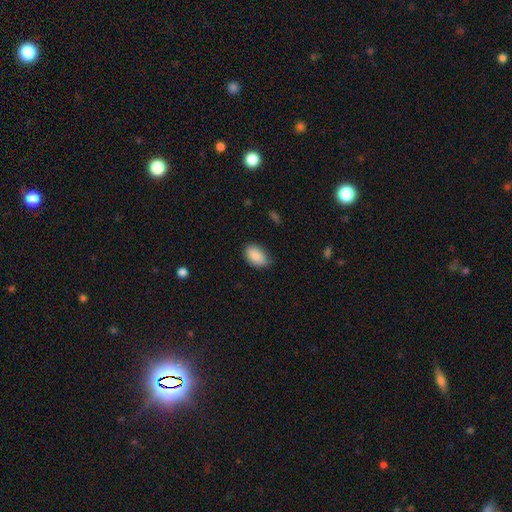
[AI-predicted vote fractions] A smooth galaxy with no disk features (89%) that is in between round and cigar-shaped (92%).

Vote fractions:
- Smooth or featured? smooth: 89% / star or artifact: 7% / featured or disk: 5%
- How rounded? in between: 92% / round: 6% / cigar-shaped: 1%
- Merging? none: 78% / minor disturbance: 18% / major disturbance: 3% / merger: 1%